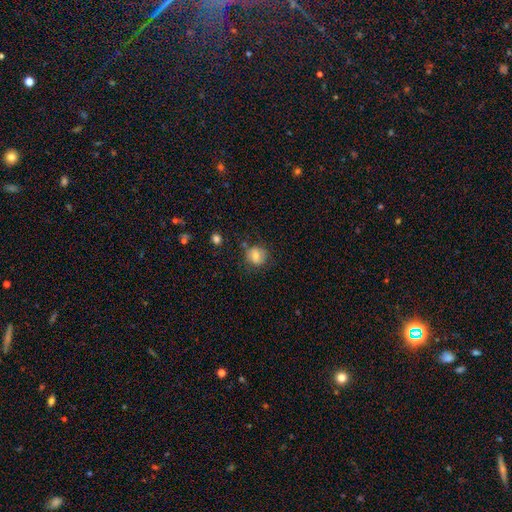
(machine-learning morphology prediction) type=smooth (74%); roundness=round (76%); merging=none (71%).